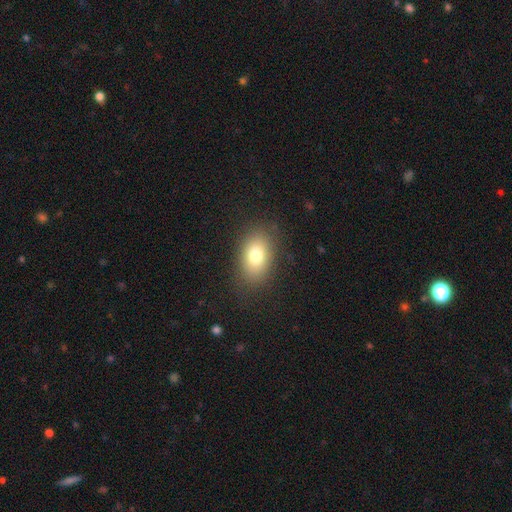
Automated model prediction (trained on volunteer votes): A smooth galaxy with no disk features (77%) that is in between round and cigar-shaped (86%). Merging: none (83%).